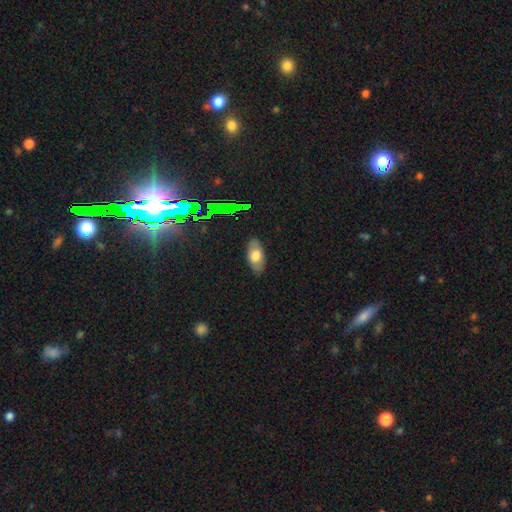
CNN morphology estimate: A smooth galaxy with no disk features (71%) that is in between round and cigar-shaped (92%). Merging: none (84%).